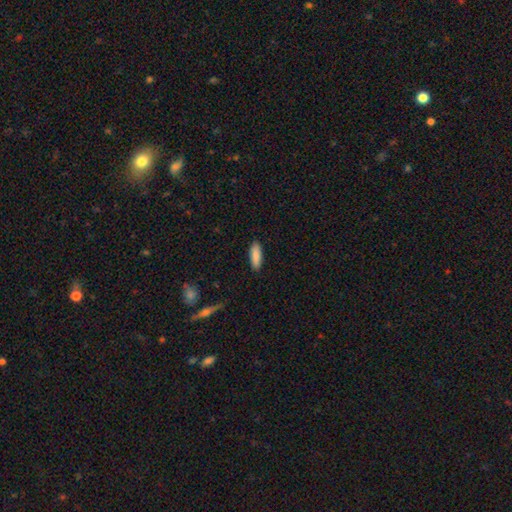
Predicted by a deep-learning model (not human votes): Smooth or featured? smooth (88%)
How rounded? in between (55%)
Merging? none (89%)